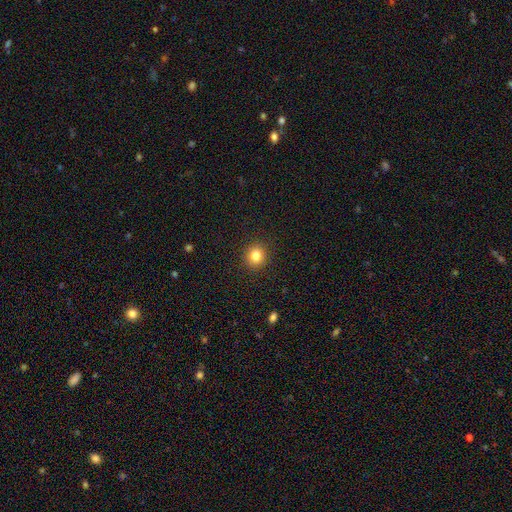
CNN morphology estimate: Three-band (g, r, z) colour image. It shows a smooth galaxy with no disk features (83%) that is round (85%). Merging: none (91%).